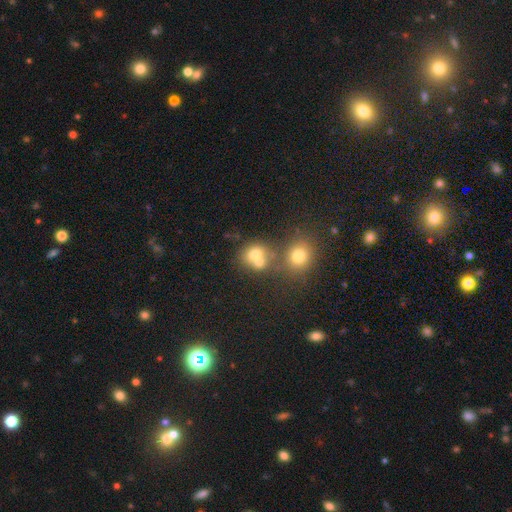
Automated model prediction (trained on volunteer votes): Smooth or featured: smooth — 70% (featured or disk — 16%)
How rounded: round — 70% (in between — 29%)
Merging: merger — 50% (none — 37%)